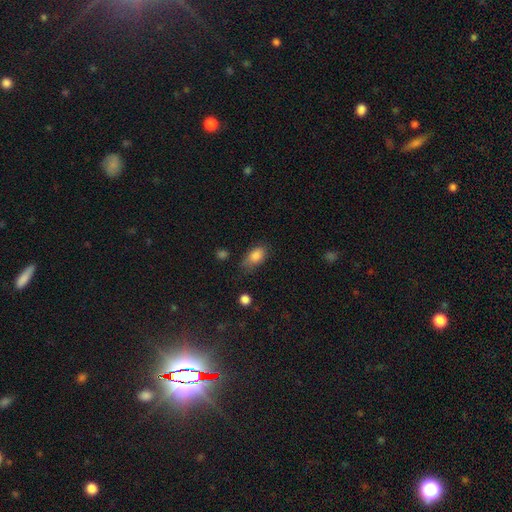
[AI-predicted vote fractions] smooth_or_featured: smooth (p=0.84) [alt: star or artifact p=0.09]
how_rounded: in between (p=0.87) [alt: round p=0.09]
merging: none (p=0.60) [alt: minor disturbance p=0.29]